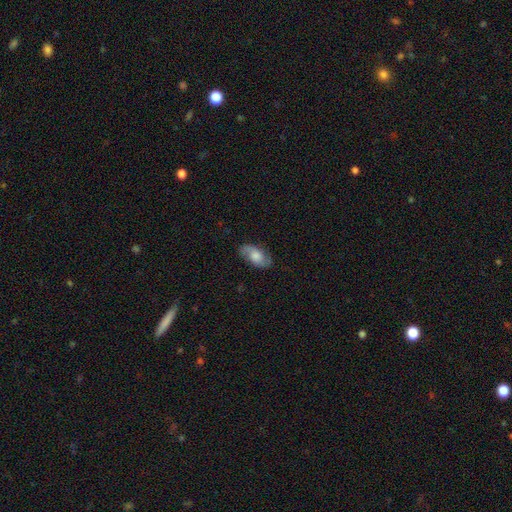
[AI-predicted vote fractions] A featured or disk galaxy (48%).

Vote fractions:
- Smooth or featured? featured or disk: 48% / smooth: 45% / star or artifact: 7%
- Merging? none: 80% / minor disturbance: 15% / major disturbance: 4% / merger: 1%